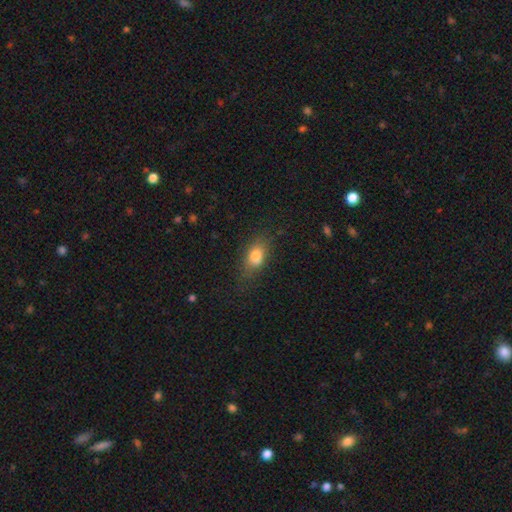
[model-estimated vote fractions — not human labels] This is likely a smooth galaxy (79%). How rounded: likely in between (77%). Merging: likely none (72%).